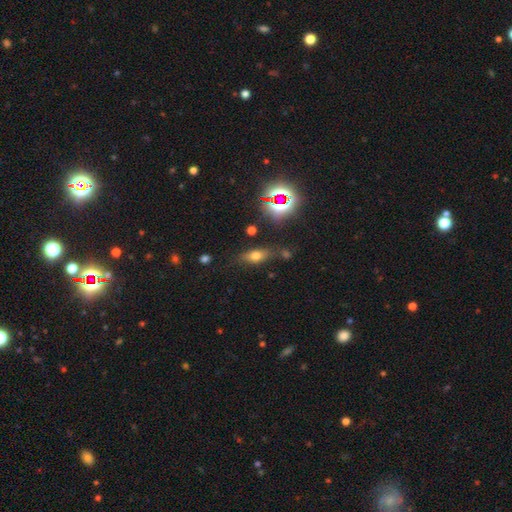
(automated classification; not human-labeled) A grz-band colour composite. It shows a smooth galaxy with no disk features (59%) that is in between round and cigar-shaped (71%). Merging: none (72%).